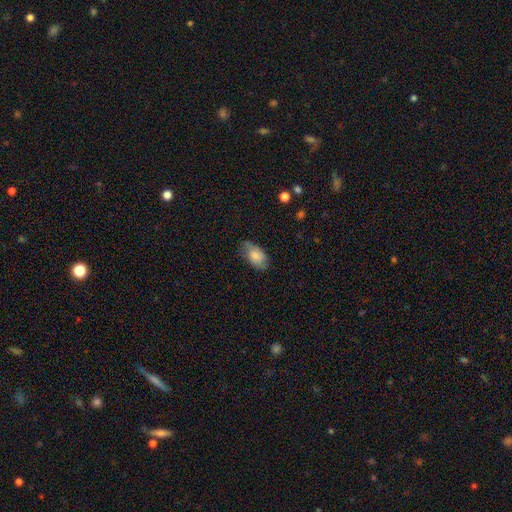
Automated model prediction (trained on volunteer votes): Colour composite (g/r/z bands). It shows a smooth galaxy with no disk features (72%) that is in between round and cigar-shaped (92%). Merging: none (64%).